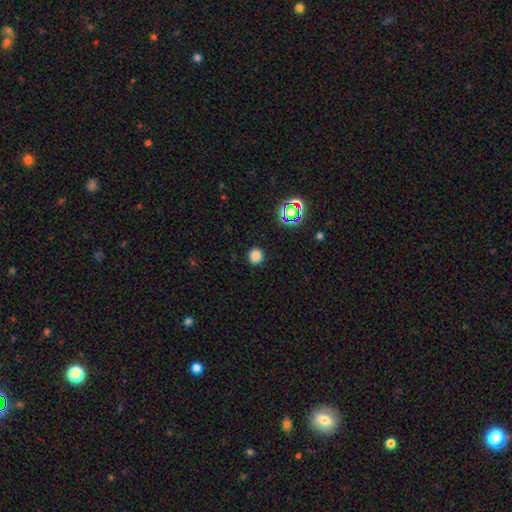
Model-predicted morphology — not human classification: This is clearly a smooth galaxy (81%). How rounded: clearly round (90%). Merging: clearly none (91%).